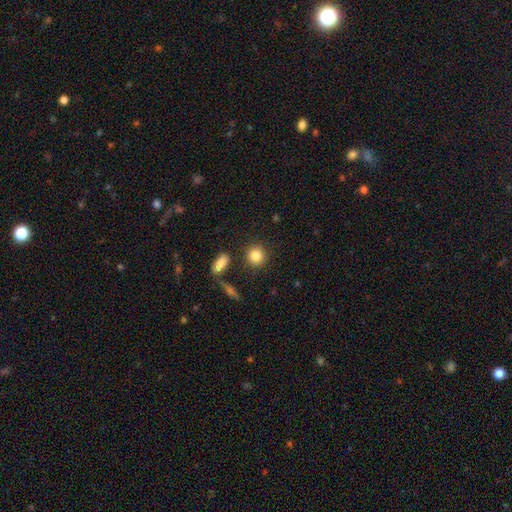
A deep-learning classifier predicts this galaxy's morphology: This is clearly a smooth galaxy (85%). How rounded: clearly round (86%). Merging: clearly none (84%).